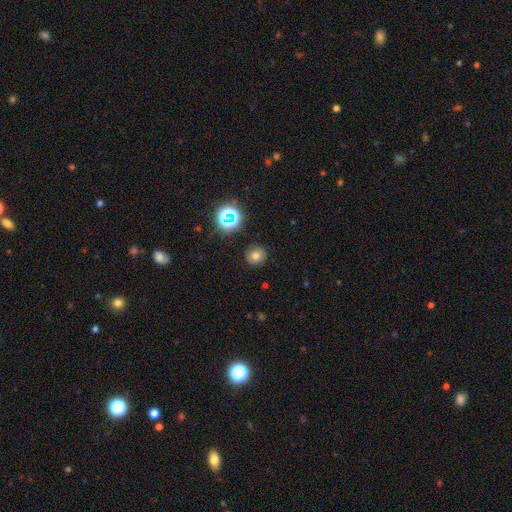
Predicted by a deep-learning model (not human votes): A smooth galaxy with no disk features (69%) that is round (93%). Merging: none (89%).